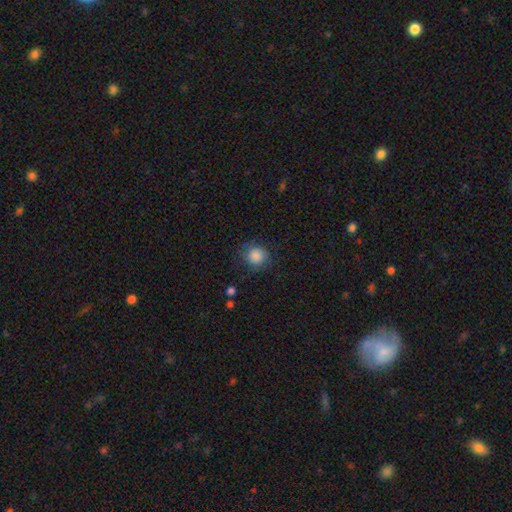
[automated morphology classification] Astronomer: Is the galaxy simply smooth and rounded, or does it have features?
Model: smooth — 86%.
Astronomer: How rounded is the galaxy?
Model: round — 87%.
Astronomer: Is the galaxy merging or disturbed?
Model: none — 80%.